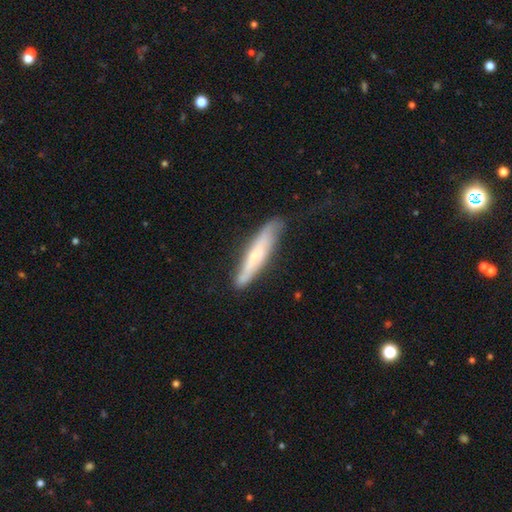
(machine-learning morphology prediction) smooth-or-featured: smooth: 52% | featured or disk: 42% | star or artifact: 6%
  how-rounded: cigar-shaped: 91% | in between: 8% | round: 1%
  merging: none: 72% | minor disturbance: 21% | major disturbance: 5% | merger: 2%